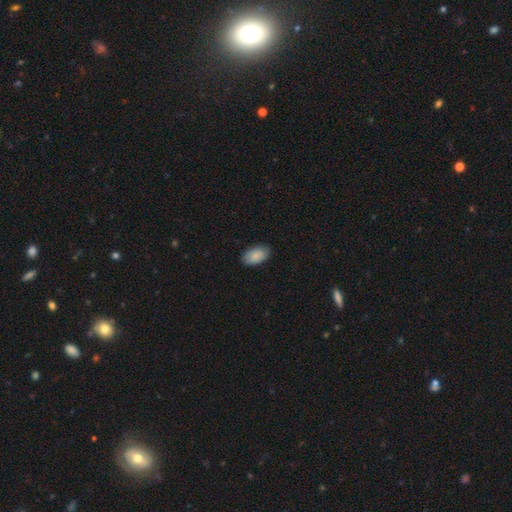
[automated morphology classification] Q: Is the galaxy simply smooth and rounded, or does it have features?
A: smooth — 88%.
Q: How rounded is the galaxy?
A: in between — 94%.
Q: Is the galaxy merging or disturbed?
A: none — 85%.